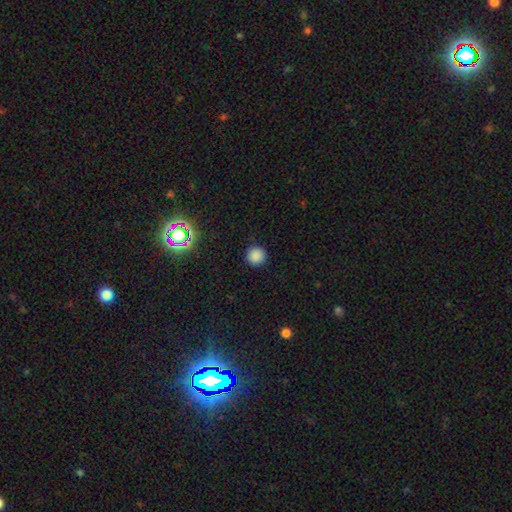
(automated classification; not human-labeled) A smooth galaxy with no disk features (84%) that is round (95%).

Vote fractions:
- Smooth or featured? smooth: 84% / star or artifact: 13% / featured or disk: 3%
- How rounded? round: 95% / in between: 4% / cigar-shaped: 1%
- Merging? none: 92% / minor disturbance: 6% / major disturbance: 2% / merger: 1%